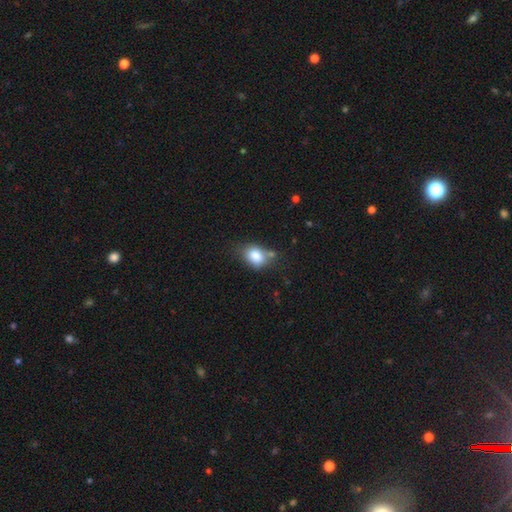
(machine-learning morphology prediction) Smooth or featured? Predicted: smooth (p=0.82). How rounded? Predicted: in between (p=0.63). Merging? Predicted: none (p=0.54).